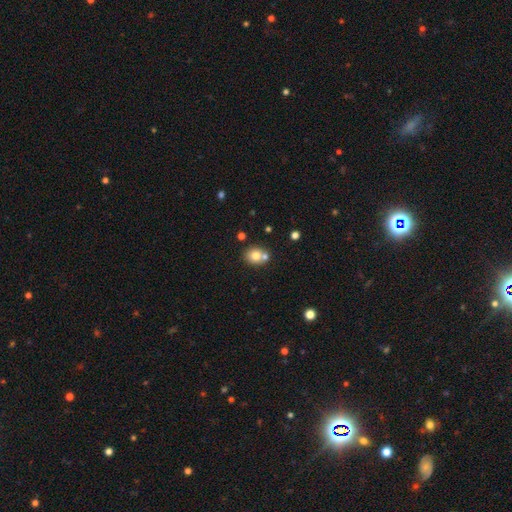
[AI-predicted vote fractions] Smooth or featured?
  - smooth: 77% *
  - featured or disk: 12%
  - star or artifact: 11%
How rounded?
  - round: 70% *
  - in between: 29%
  - cigar-shaped: 1%
Merging?
  - none: 58% *
  - merger: 29%
  - minor disturbance: 10%
  - major disturbance: 3%